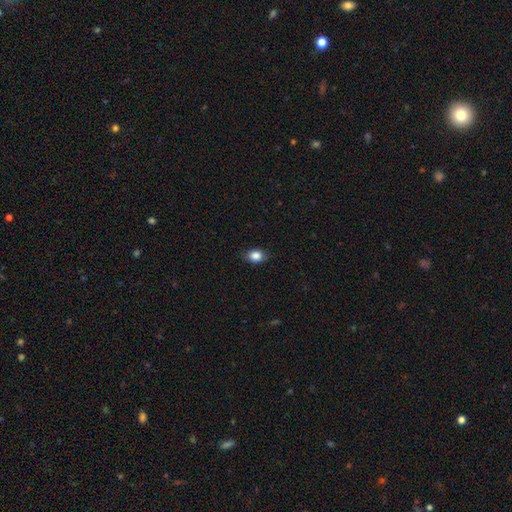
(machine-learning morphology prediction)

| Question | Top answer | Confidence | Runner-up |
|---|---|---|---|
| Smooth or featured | smooth | 85% | star or artifact (10%) |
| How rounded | in between | 59% | round (40%) |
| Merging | none | 81% | minor disturbance (15%) |